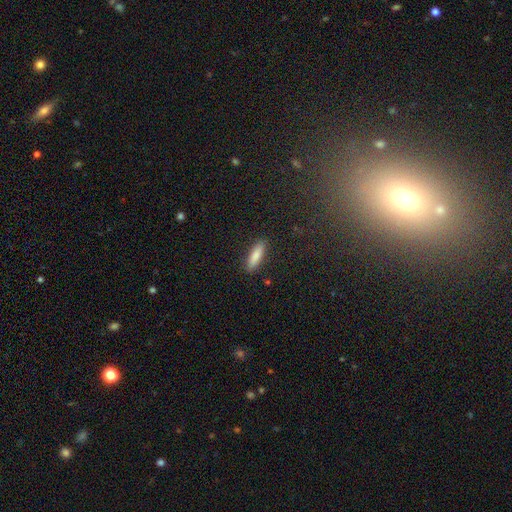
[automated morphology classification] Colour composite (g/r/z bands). It shows a smooth galaxy with no disk features (84%) that is cigar-shaped (60%). Merging: none (89%).